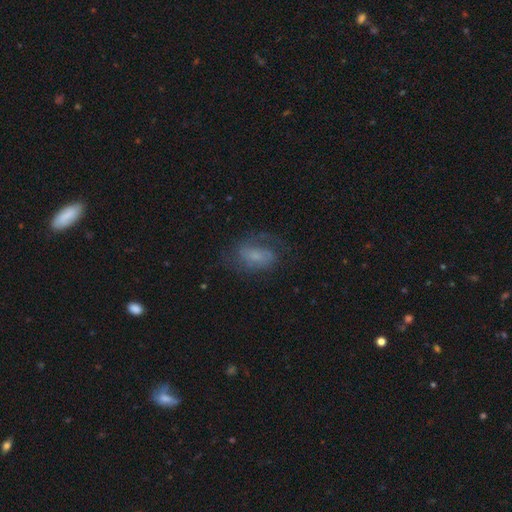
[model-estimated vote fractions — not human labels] This appears to be a featured or disk galaxy (56%) with no bar (48%), spiral arms (82%) and a small central bulge (42%). Merging: none (57%).